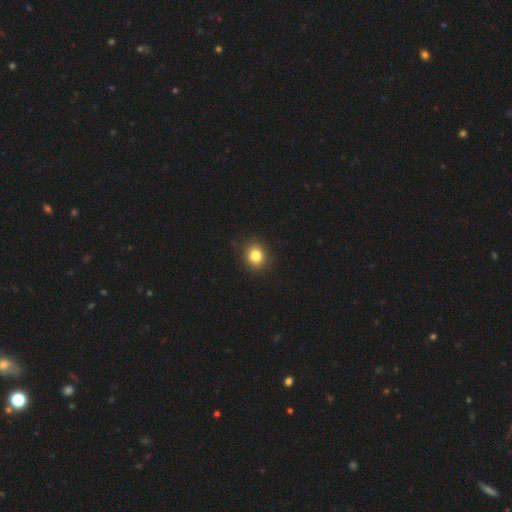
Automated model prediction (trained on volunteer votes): Morphology: type=smooth (82%); roundness=round (70%); merging=none (90%).